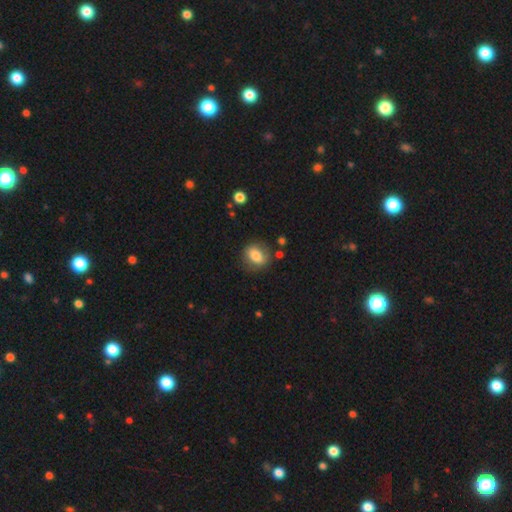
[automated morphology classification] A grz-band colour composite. It shows a smooth galaxy with no disk features (72%) that is in between round and cigar-shaped (51%). Merging: none (75%).